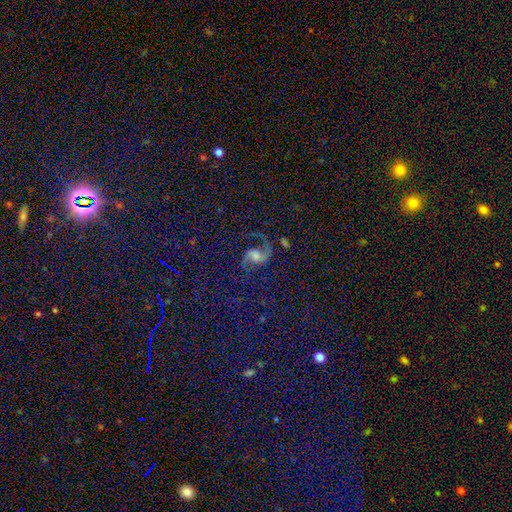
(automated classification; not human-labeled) featured or disk 78%, star or artifact 13%, smooth 9%. Down the decision tree: edge-on disk — no (98%); bar — no (45%); spiral arms — yes (96%); spiral arm count — 2 (92%); spiral winding — loose (48%); bulge size — moderate (50%); merging — none (68%).